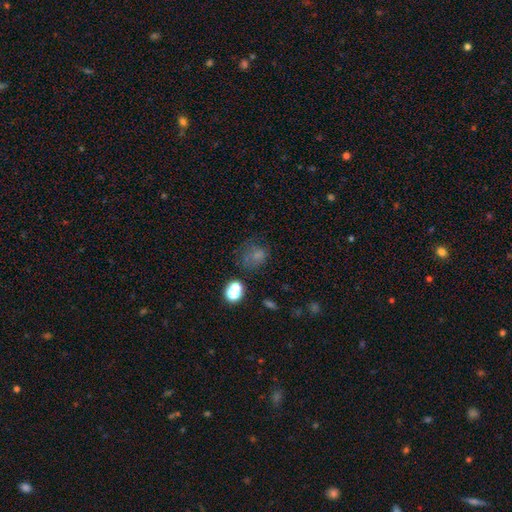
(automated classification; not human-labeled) Smooth or featured? Predicted: smooth (p=0.65). How rounded? Predicted: round (p=0.59). Merging? Predicted: none (p=0.46).